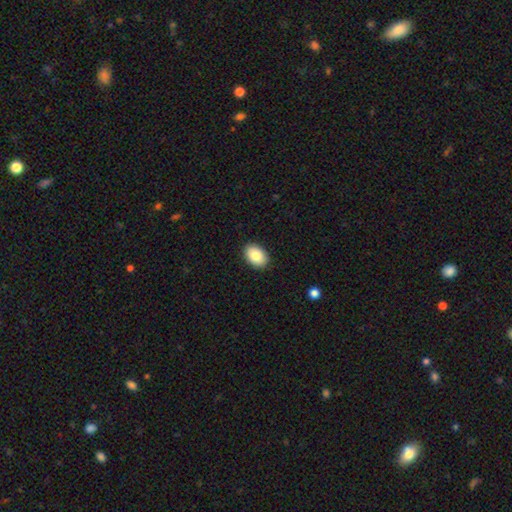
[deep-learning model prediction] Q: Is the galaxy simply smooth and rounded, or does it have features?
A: smooth — 83%.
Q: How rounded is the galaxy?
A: in between — 83%.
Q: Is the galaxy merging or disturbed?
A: none — 89%.